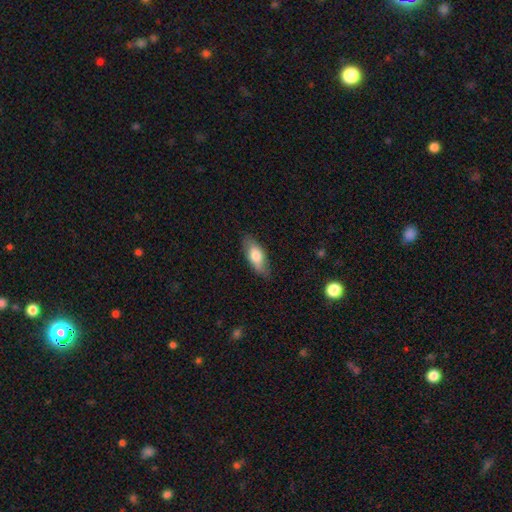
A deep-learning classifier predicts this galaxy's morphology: type=smooth (73%); roundness=in between (77%); merging=none (82%).